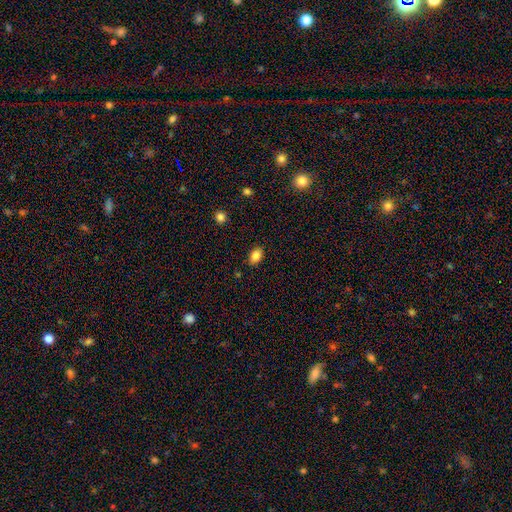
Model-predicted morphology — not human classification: Smooth or featured: smooth — 86% (star or artifact — 10%)
How rounded: in between — 82% (round — 16%)
Merging: none — 86% (minor disturbance — 10%)